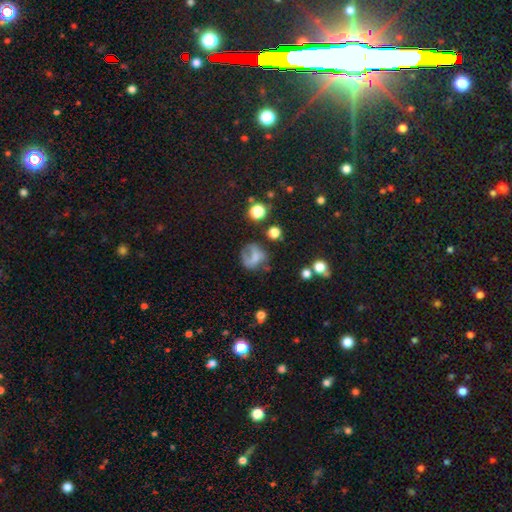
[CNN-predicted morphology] A smooth galaxy with no disk features (49%). Merging: none (39%).